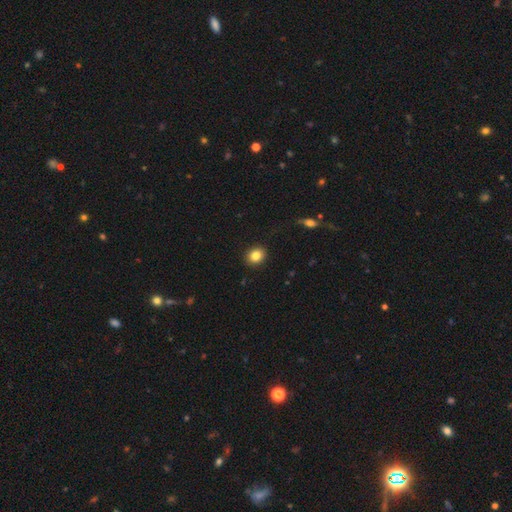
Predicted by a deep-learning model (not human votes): Smooth or featured: smooth — 84% (star or artifact — 9%)
How rounded: round — 60% (in between — 39%)
Merging: none — 90% (minor disturbance — 7%)